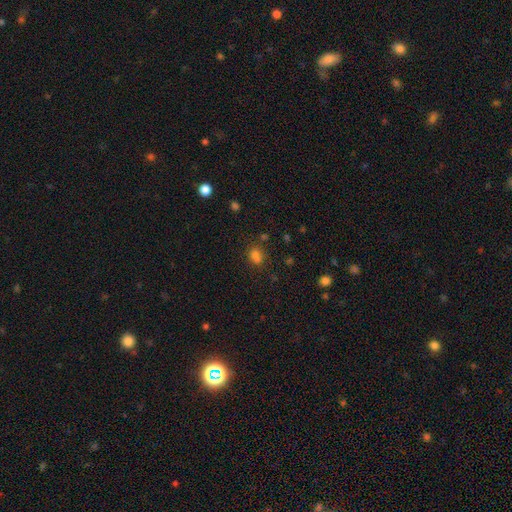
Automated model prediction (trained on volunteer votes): A smooth galaxy with no disk features (74%) that is in between round and cigar-shaped (53%). Merging: none (61%).